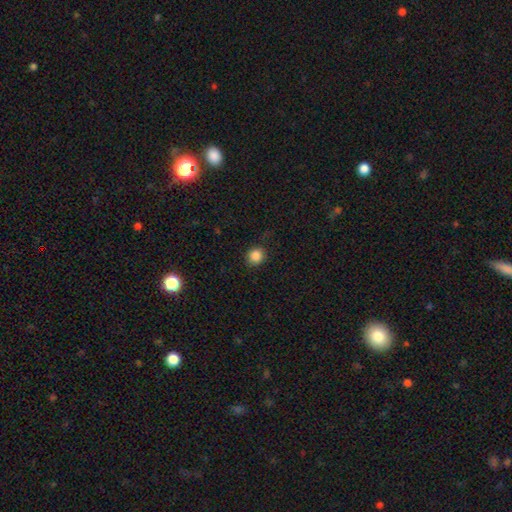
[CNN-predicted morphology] A smooth galaxy with no disk features (86%) that is round (87%). Merging: none (87%).